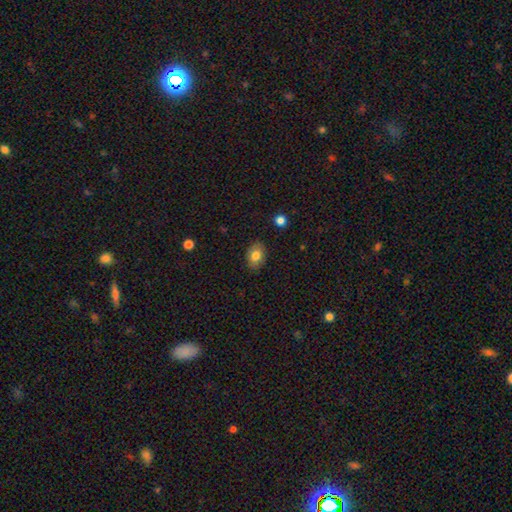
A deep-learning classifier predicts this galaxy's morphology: Smooth or featured? smooth (79%)
How rounded? in between (76%)
Merging? none (86%)